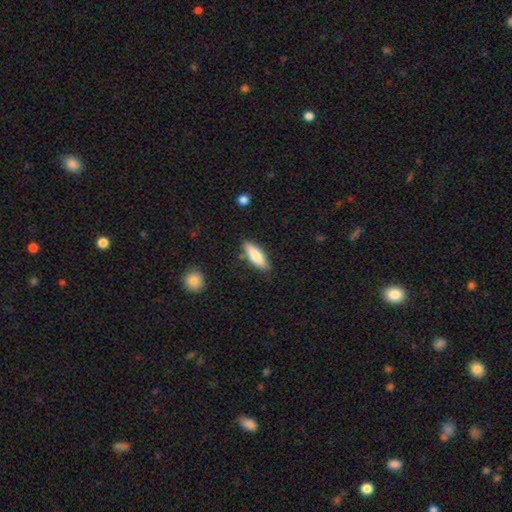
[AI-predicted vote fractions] Smooth or featured? Predicted: smooth (p=0.79). How rounded? Predicted: in between (p=0.53). Merging? Predicted: none (p=0.83).